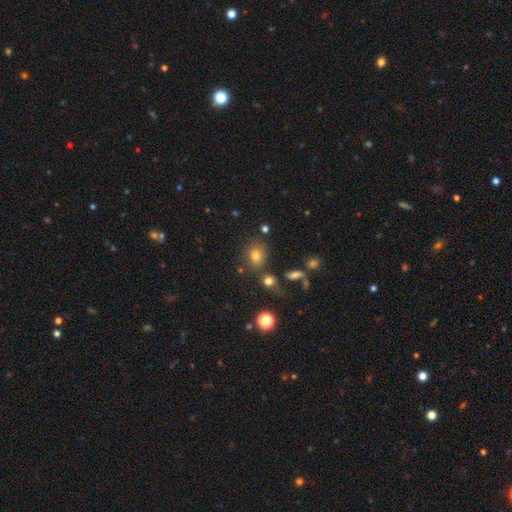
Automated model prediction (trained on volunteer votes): A smooth galaxy with no disk features (76%) that is round (55%).

Vote fractions:
- Smooth or featured? smooth: 76% / star or artifact: 14% / featured or disk: 10%
- How rounded? round: 55% / in between: 44% / cigar-shaped: 1%
- Merging? none: 70% / minor disturbance: 14% / merger: 10% / major disturbance: 6%